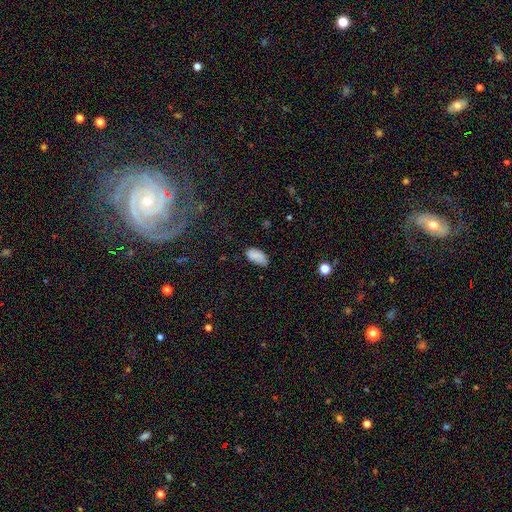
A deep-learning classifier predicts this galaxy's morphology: A smooth galaxy with no disk features (84%) that is in between round and cigar-shaped (94%). Merging: none (72%).